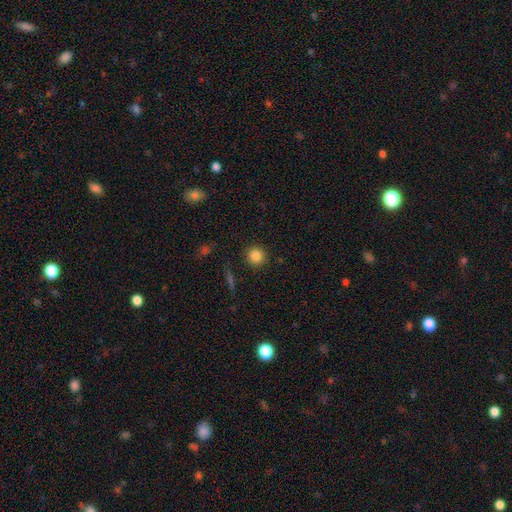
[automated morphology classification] Smooth or featured? smooth (84%)
How rounded? round (93%)
Merging? none (90%)